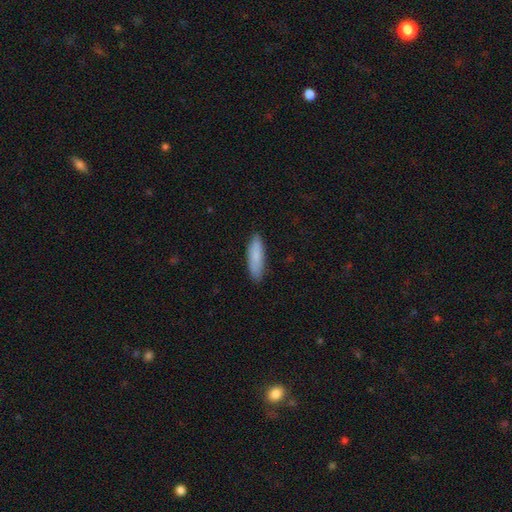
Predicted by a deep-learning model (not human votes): A smooth galaxy with no disk features (85%) that is cigar-shaped (61%).

Vote fractions:
- Smooth or featured? smooth: 85% / featured or disk: 9% / star or artifact: 6%
- How rounded? cigar-shaped: 61% / in between: 38% / round: 1%
- Merging? none: 86% / minor disturbance: 11% / major disturbance: 2% / merger: 1%